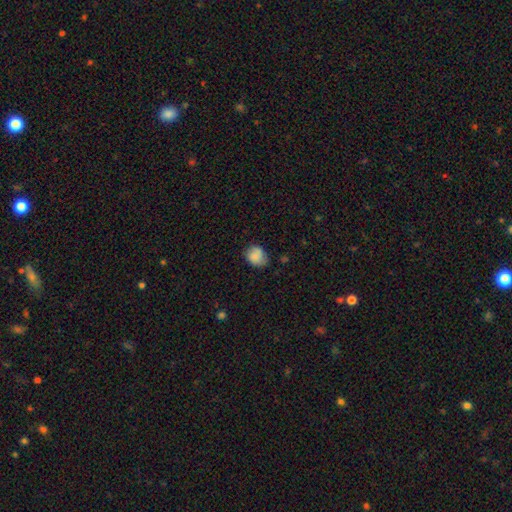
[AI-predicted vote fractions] smooth_or_featured: smooth (p=0.84) [alt: star or artifact p=0.08]
how_rounded: round (p=0.60) [alt: in between p=0.39]
merging: none (p=0.63) [alt: minor disturbance p=0.28]